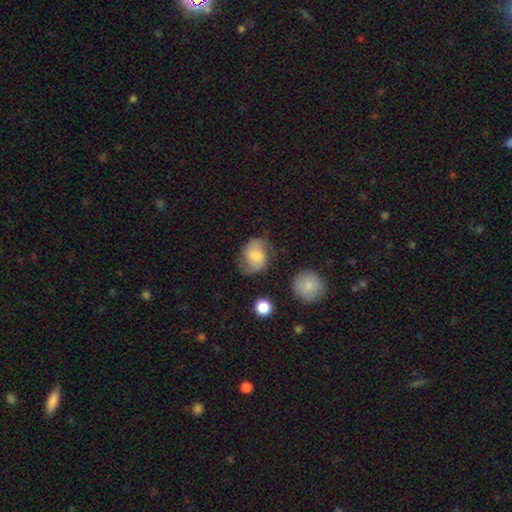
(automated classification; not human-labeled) This is possibly a featured or disk galaxy (59%). It is clearly not viewed edge-on (98%). Bar: possibly no (45%, tied with weak). Spiral arm pattern: clearly yes (92%). Spiral arm count: clearly 2 (90%). Spiral winding: possibly medium (48%). Central bulge: marginally moderate (35%). Merging: likely none (65%).